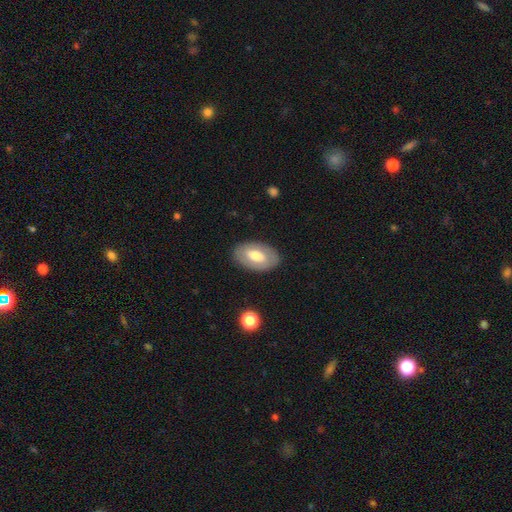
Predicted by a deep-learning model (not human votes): smooth_or_featured: smooth (p=0.57) [alt: featured or disk p=0.37]
how_rounded: in between (p=0.92) [alt: round p=0.07]
merging: none (p=0.85) [alt: minor disturbance p=0.10]